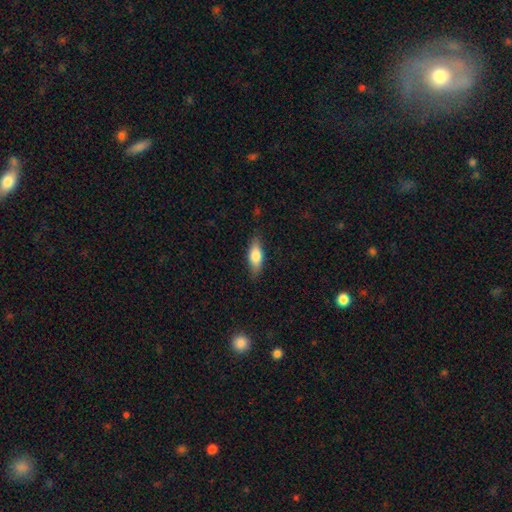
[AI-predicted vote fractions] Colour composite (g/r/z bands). It shows a smooth galaxy with no disk features (74%) that is in between round and cigar-shaped (71%). Merging: none (82%).